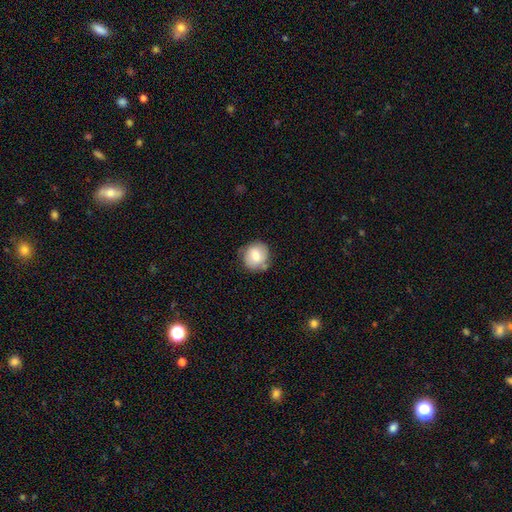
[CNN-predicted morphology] The model was most divided on "smooth or featured": smooth: 67%, featured or disk: 25%, star or artifact: 8%. More confident: how rounded — round (84%); merging — none (68%).